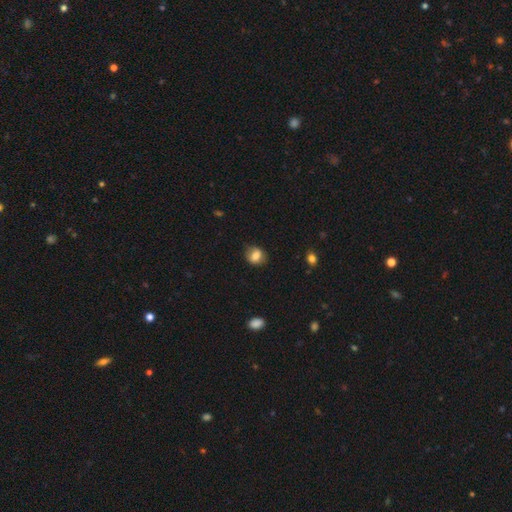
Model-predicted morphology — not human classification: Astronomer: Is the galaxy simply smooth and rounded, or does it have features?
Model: smooth — 77%.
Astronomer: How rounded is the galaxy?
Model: round — 55% (runner-up: in between, 44%).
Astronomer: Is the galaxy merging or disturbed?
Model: none — 75%.